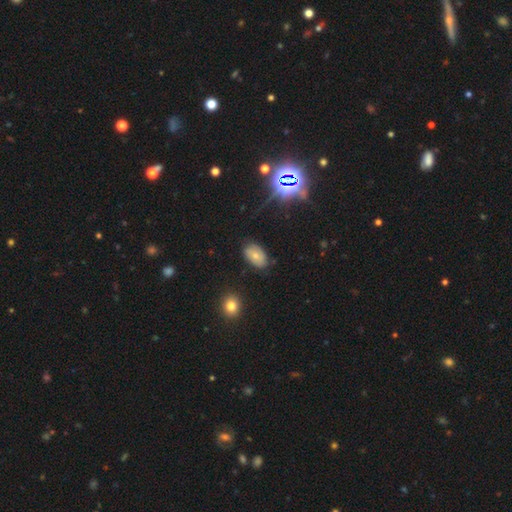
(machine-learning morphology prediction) This appears to be a smooth galaxy with no disk features (67%) that is in between round and cigar-shaped (91%). Merging: none (78%).